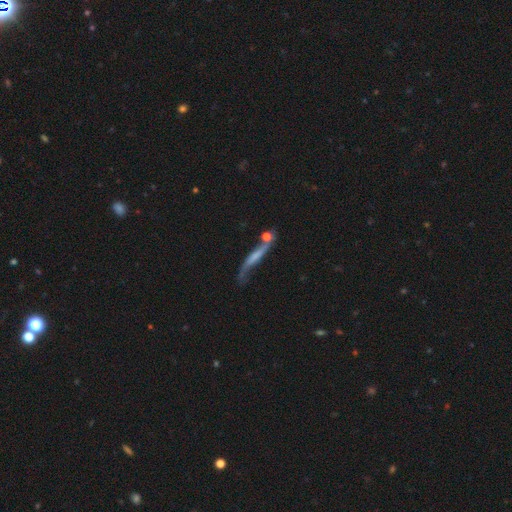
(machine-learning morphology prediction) A featured or disk galaxy (53%) viewed edge-on (62%). Merging: none (42%).